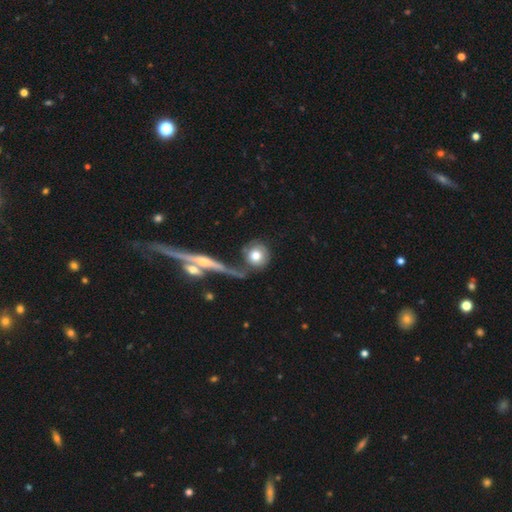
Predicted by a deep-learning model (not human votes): The model was most divided on "merging": none: 53%, merger: 20%, minor disturbance: 15%, major disturbance: 11%. More confident: how rounded — round (87%); smooth or featured — smooth (66%).